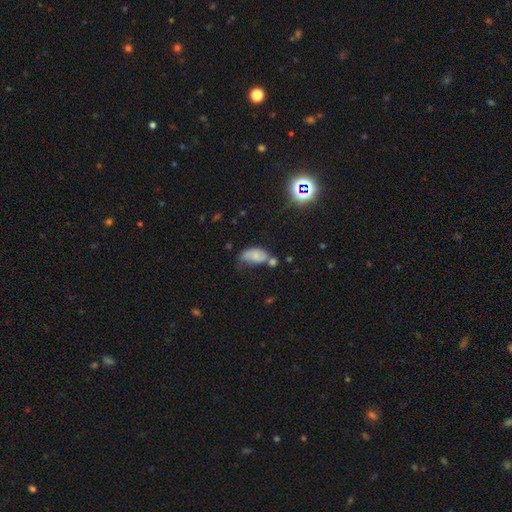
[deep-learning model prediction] This is likely a smooth galaxy (64%). How rounded: clearly in between (91%). Merging: marginally minor disturbance (31%).